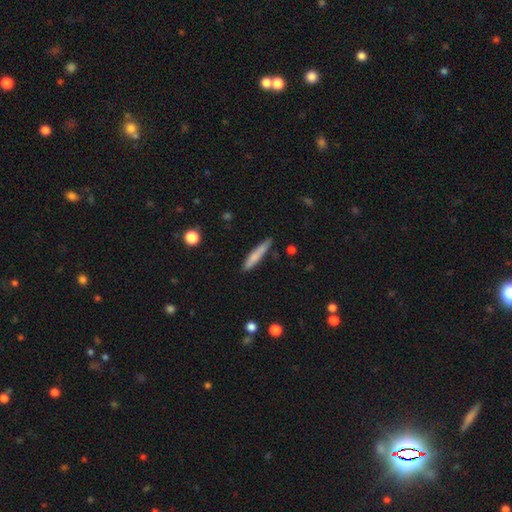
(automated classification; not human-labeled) Q: Smooth or featured?
A: smooth (75%); runner-up: featured or disk (18%)
Q: How rounded?
A: cigar-shaped (92%); runner-up: in between (7%)
Q: Merging?
A: none (82%); runner-up: minor disturbance (13%)